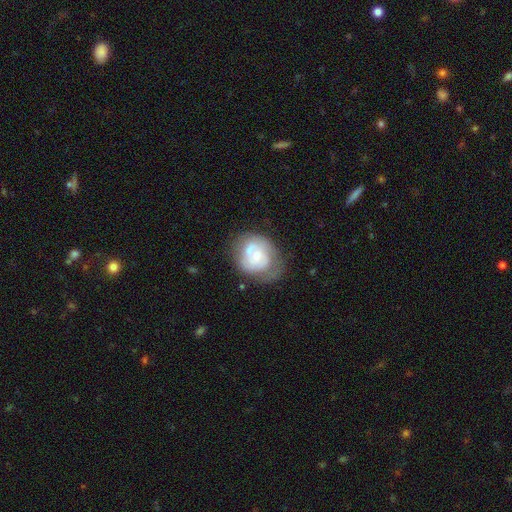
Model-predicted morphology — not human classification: featured or disk 57%, smooth 36%, star or artifact 7%. Down the decision tree: edge-on disk — no (97%); bar — no (75%); spiral arms — yes (58%); bulge size — small (50%); merging — none (43%).